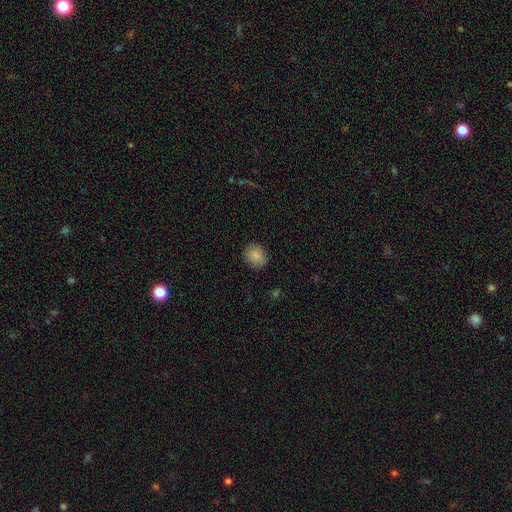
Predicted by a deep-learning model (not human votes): smooth_or_featured: smooth (p=0.86) [alt: star or artifact p=0.09]
how_rounded: round (p=0.67) [alt: in between p=0.32]
merging: none (p=0.86) [alt: minor disturbance p=0.10]